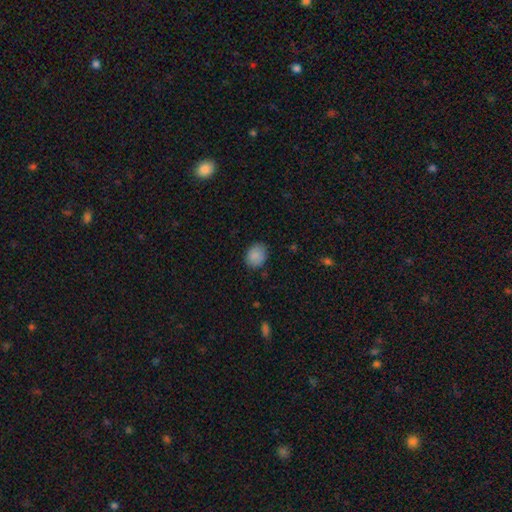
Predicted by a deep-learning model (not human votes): The model was most divided on "how rounded": round: 50%, in between: 49%, cigar-shaped: 1%. More confident: smooth or featured — smooth (87%); merging — none (81%).